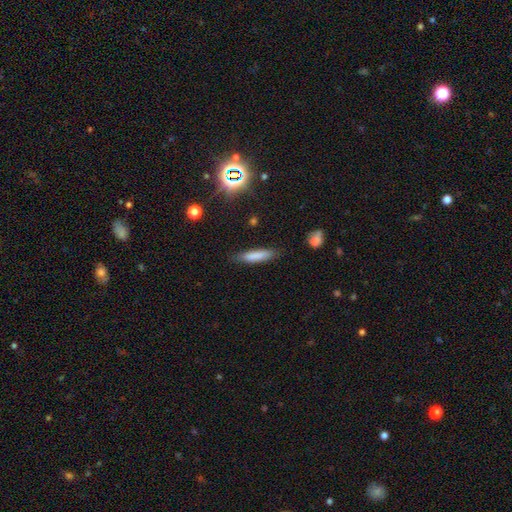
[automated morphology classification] smooth_or_featured: smooth (p=0.80) [alt: featured or disk p=0.12]
how_rounded: cigar-shaped (p=0.79) [alt: in between p=0.20]
merging: none (p=0.82) [alt: minor disturbance p=0.13]